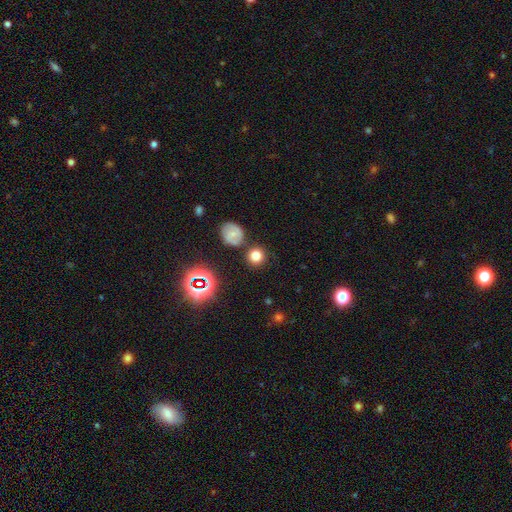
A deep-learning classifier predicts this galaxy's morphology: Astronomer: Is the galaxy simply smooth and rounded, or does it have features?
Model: smooth — 75%.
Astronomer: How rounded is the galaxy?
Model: round — 91%.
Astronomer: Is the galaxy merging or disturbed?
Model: none — 82%.